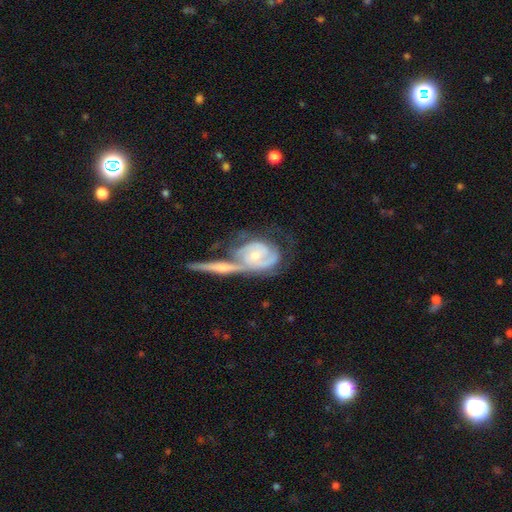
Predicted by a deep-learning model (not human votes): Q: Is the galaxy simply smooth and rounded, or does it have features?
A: featured or disk — 79%.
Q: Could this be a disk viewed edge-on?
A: no — 92%.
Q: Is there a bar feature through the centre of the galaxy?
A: no — 64%.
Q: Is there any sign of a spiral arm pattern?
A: yes — 88%.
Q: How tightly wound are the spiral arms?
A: tight — 57%.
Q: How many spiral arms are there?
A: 2 — 49%.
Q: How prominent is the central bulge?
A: small — 50%.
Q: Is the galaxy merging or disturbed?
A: merger — 46%.